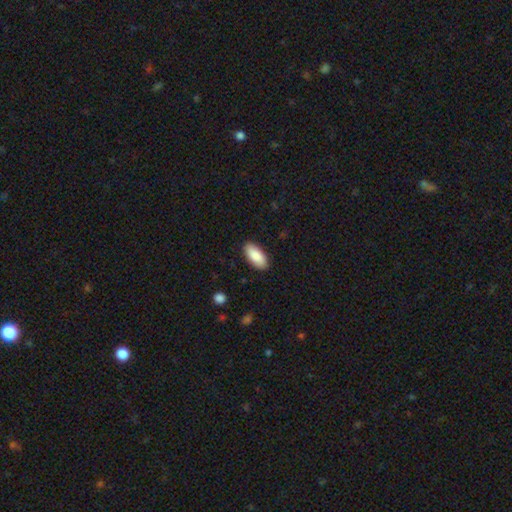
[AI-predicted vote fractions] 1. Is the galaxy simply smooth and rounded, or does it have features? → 90% smooth, 6% star or artifact, 5% featured or disk.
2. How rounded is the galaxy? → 91% in between, 8% cigar-shaped, 2% round.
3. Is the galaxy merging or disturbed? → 89% none, 8% minor disturbance, 2% major disturbance, 1% merger.